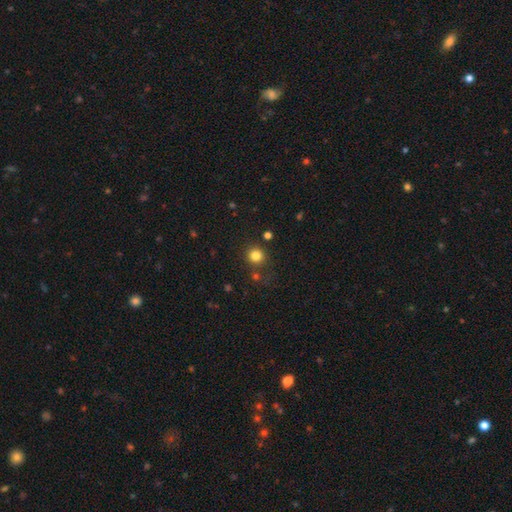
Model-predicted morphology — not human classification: Smooth or featured: smooth — 81% (star or artifact — 14%)
How rounded: round — 91% (in between — 8%)
Merging: none — 82% (minor disturbance — 8%)